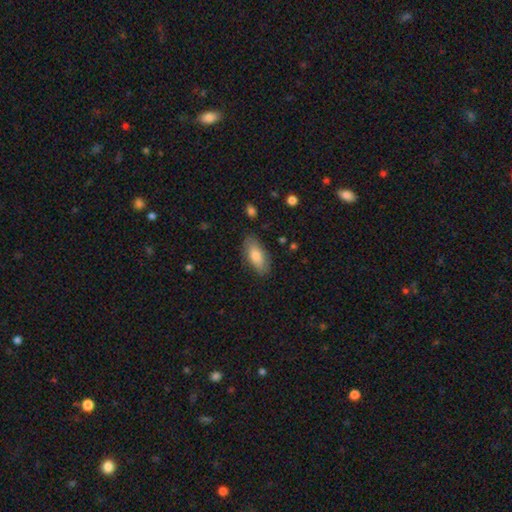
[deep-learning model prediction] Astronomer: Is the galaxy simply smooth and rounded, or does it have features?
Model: smooth — 78%.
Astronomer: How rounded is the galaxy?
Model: in between — 89%.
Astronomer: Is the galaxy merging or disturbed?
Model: none — 82%.